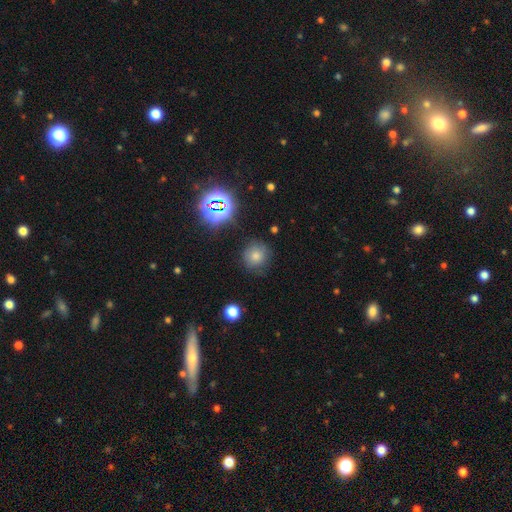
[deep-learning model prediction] This appears to be a smooth galaxy with no disk features (71%) that is round (90%). Merging: none (80%).